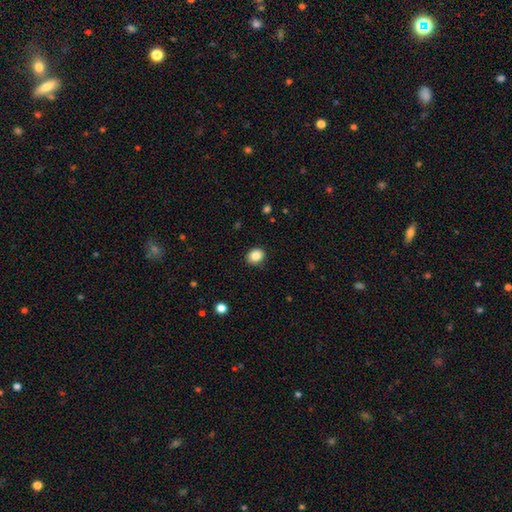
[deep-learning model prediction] smooth_or_featured: smooth (p=0.86) [alt: star or artifact p=0.10]
how_rounded: round (p=0.66) [alt: in between p=0.33]
merging: none (p=0.89) [alt: minor disturbance p=0.08]